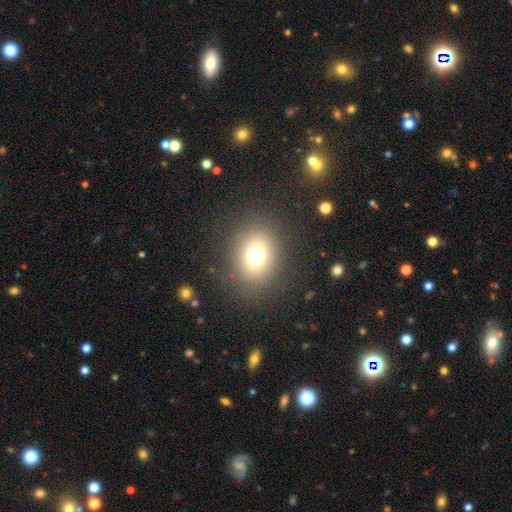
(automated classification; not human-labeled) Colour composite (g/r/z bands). It shows a smooth galaxy with no disk features (70%) that is round (60%). Merging: none (84%).